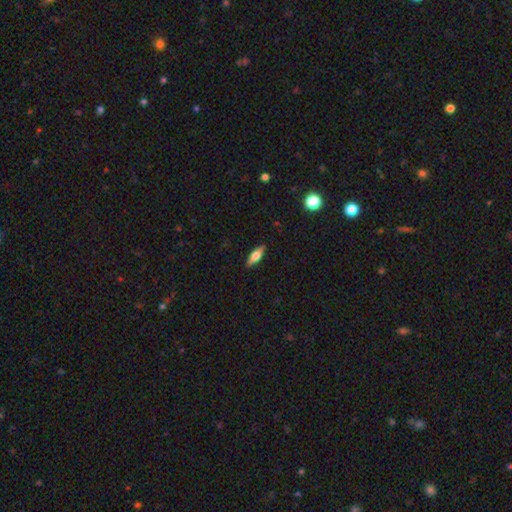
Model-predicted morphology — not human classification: Q: Smooth or featured?
A: smooth (60%); runner-up: featured or disk (34%)
Q: How rounded?
A: in between (57%); runner-up: cigar-shaped (41%)
Q: Merging?
A: none (89%); runner-up: minor disturbance (8%)